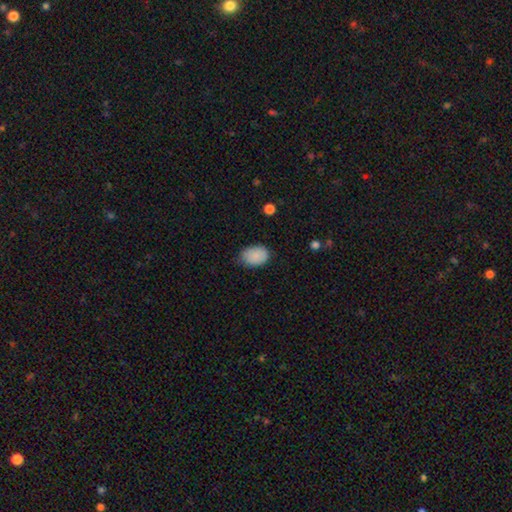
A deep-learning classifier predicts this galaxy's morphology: smooth 88%, star or artifact 7%, featured or disk 5%. Down the decision tree: how rounded — in between (81%); merging — none (64%).